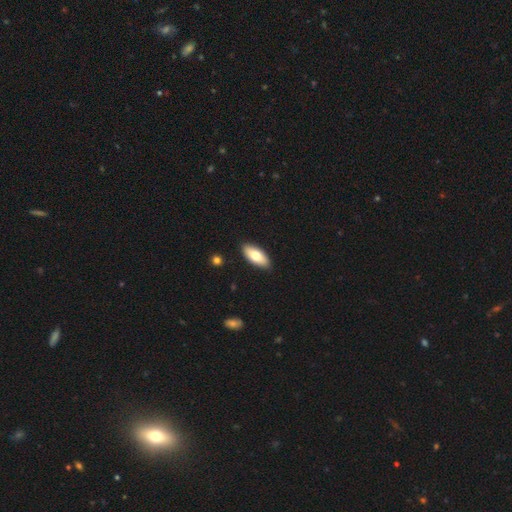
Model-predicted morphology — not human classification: Overall: smooth (72%). How rounded: in between (86%). Merging: none (89%).